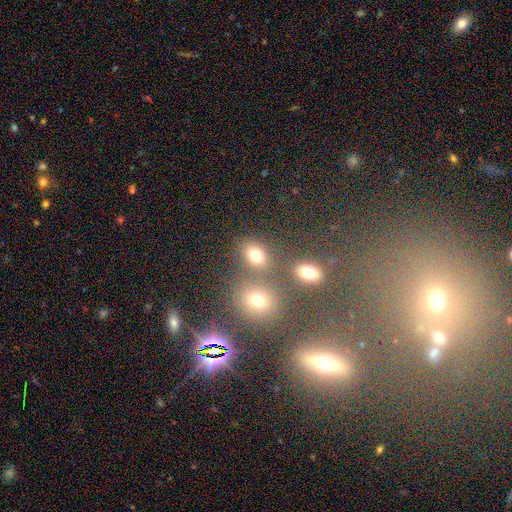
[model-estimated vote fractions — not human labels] This is likely a smooth galaxy (73%). How rounded: possibly in between (50%). Merging: likely none (64%).